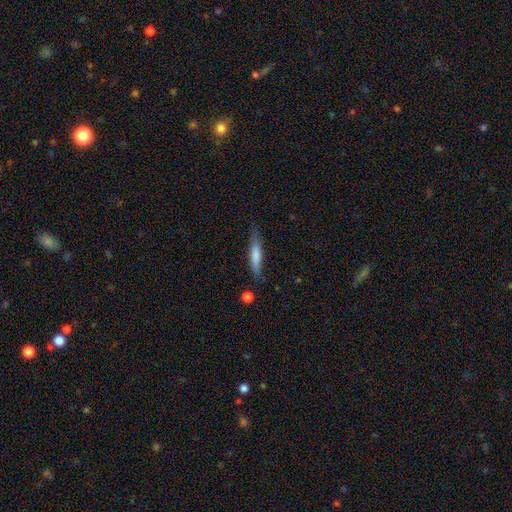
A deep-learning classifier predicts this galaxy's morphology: smooth_or_featured: smooth (p=0.70) [alt: featured or disk p=0.24]
how_rounded: cigar-shaped (p=0.83) [alt: in between p=0.15]
merging: none (p=0.72) [alt: minor disturbance p=0.20]